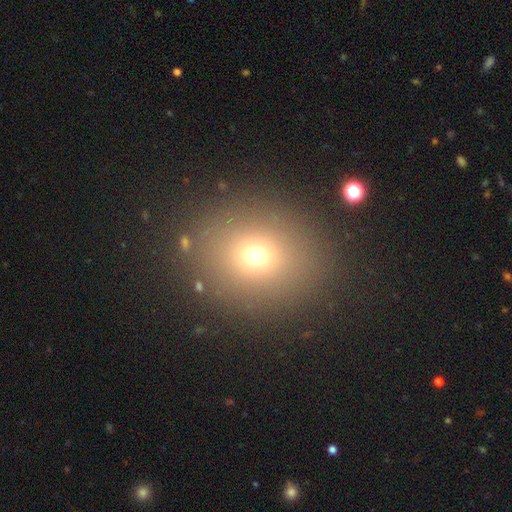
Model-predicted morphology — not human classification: smooth 69%, star or artifact 20%, featured or disk 11%. Down the decision tree: how rounded — round (74%); merging — none (86%).